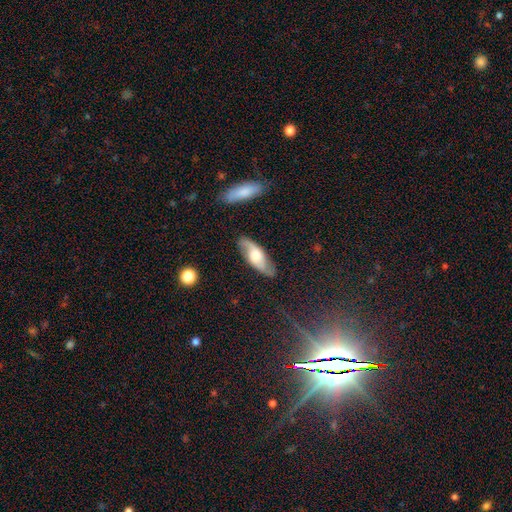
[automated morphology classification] Smooth or featured? Predicted: featured or disk (p=0.55). Edge-on disk? Predicted: no (p=0.72). Merging? Predicted: none (p=0.81).